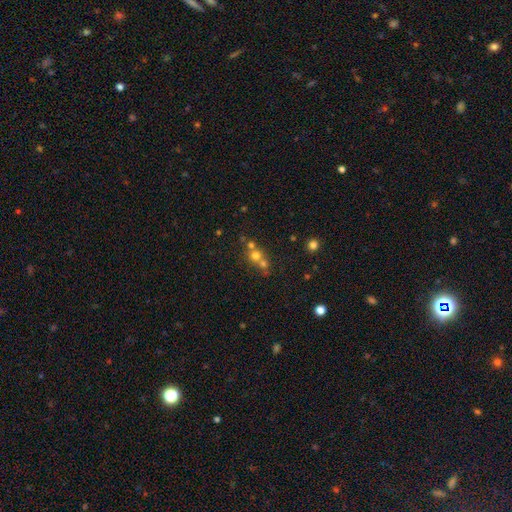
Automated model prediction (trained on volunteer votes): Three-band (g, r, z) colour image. It shows a smooth galaxy with no disk features (63%) that is round (85%). Merging: merger (51%).